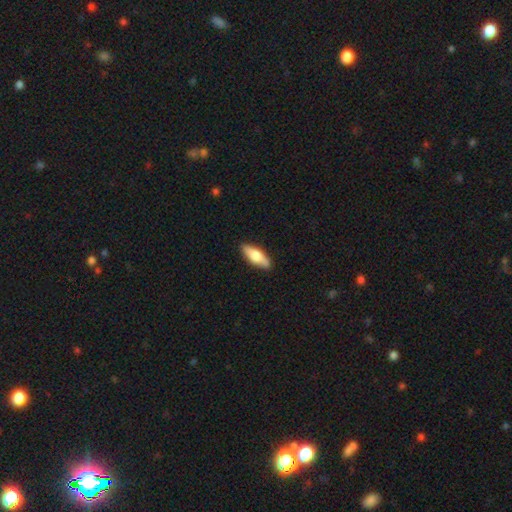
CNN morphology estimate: Q: Smooth or featured?
A: smooth (63%); runner-up: featured or disk (32%)
Q: How rounded?
A: in between (60%); runner-up: cigar-shaped (38%)
Q: Merging?
A: none (88%); runner-up: minor disturbance (9%)